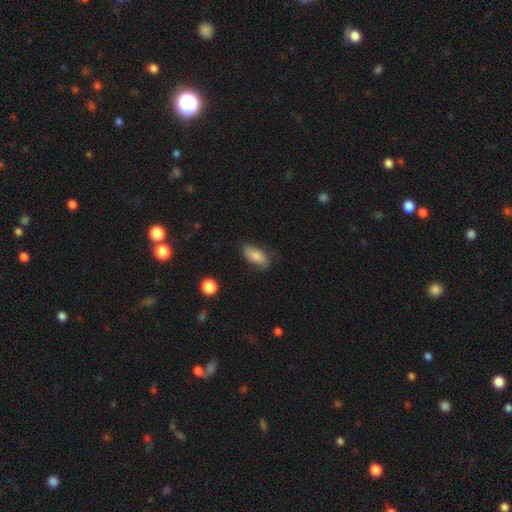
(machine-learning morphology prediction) smooth-or-featured: smooth: 82% | featured or disk: 11% | star or artifact: 7%
  how-rounded: in between: 89% | cigar-shaped: 7% | round: 3%
  merging: none: 75% | minor disturbance: 19% | major disturbance: 4% | merger: 1%